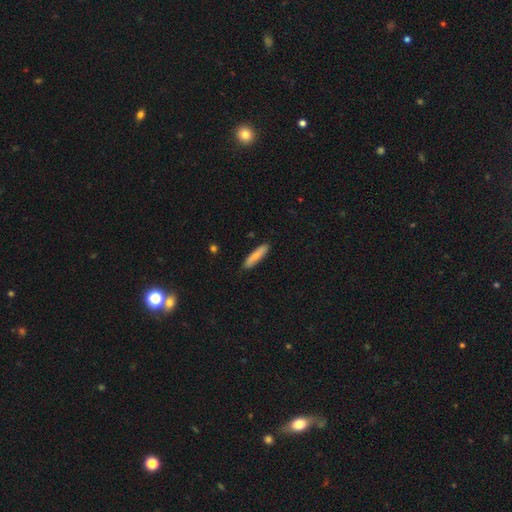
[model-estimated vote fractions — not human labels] A smooth galaxy with no disk features (77%) that is cigar-shaped (79%). Merging: none (88%).